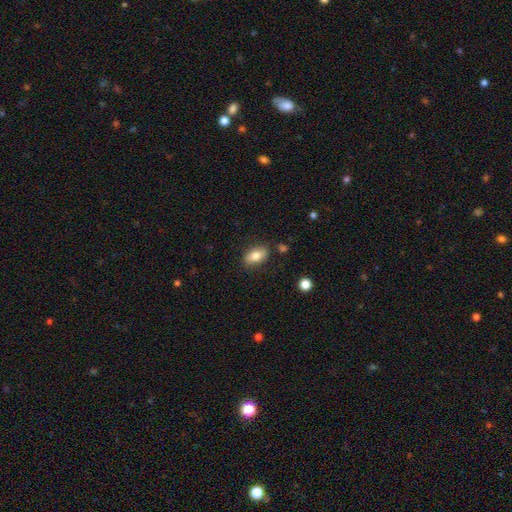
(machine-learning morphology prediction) smooth_or_featured: smooth (p=0.78) [alt: featured or disk p=0.14]
how_rounded: in between (p=0.87) [alt: round p=0.07]
merging: none (p=0.83) [alt: minor disturbance p=0.12]